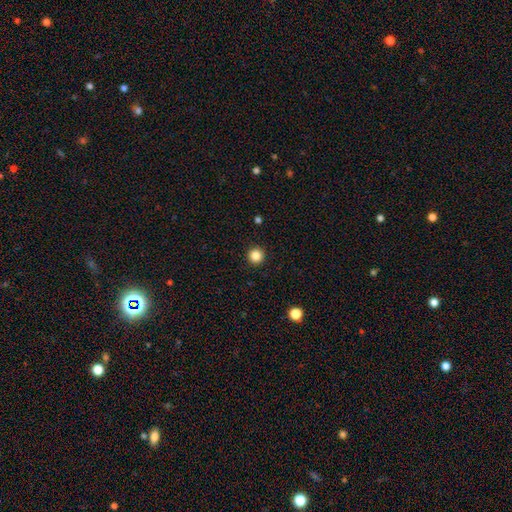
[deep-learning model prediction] Q: Smooth or featured?
A: smooth (85%); runner-up: star or artifact (11%)
Q: How rounded?
A: round (96%); runner-up: in between (3%)
Q: Merging?
A: none (93%); runner-up: minor disturbance (4%)